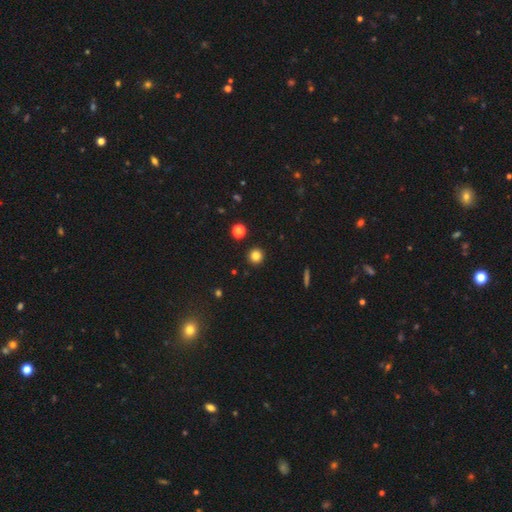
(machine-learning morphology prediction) Q: Smooth or featured?
A: smooth (83%); runner-up: star or artifact (12%)
Q: How rounded?
A: round (95%); runner-up: in between (4%)
Q: Merging?
A: none (93%); runner-up: minor disturbance (4%)